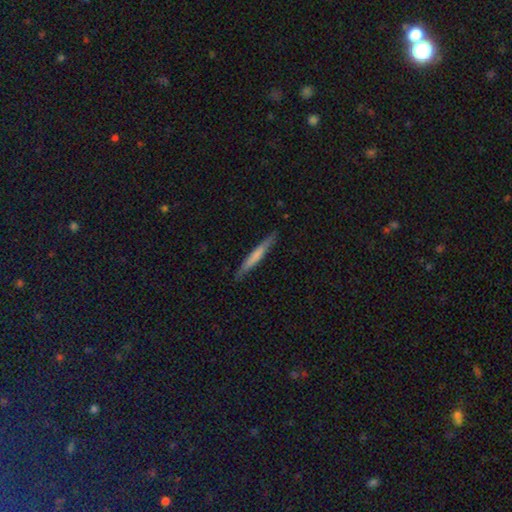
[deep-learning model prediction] Smooth or featured? smooth (60%)
How rounded? cigar-shaped (96%)
Merging? none (87%)